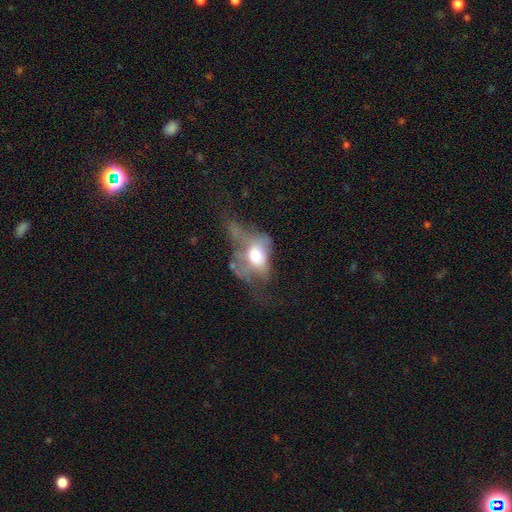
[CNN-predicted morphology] Smooth or featured? smooth (47%)
Merging? major disturbance (58%)